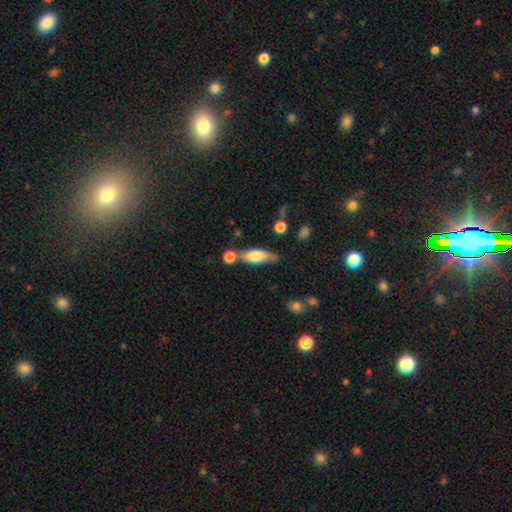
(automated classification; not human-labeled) Morphology: type=smooth (57%); roundness=in between (52%); merging=none (62%).